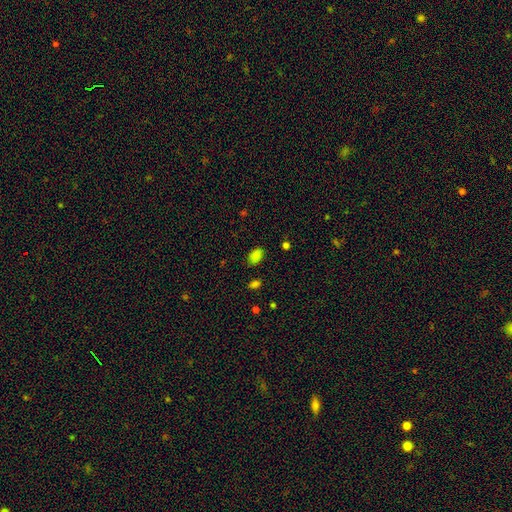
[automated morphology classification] Smooth or featured?
  - smooth: 83% *
  - star or artifact: 14%
  - featured or disk: 4%
How rounded?
  - in between: 87% *
  - round: 11%
  - cigar-shaped: 1%
Merging?
  - none: 82% *
  - minor disturbance: 13%
  - major disturbance: 3%
  - merger: 2%